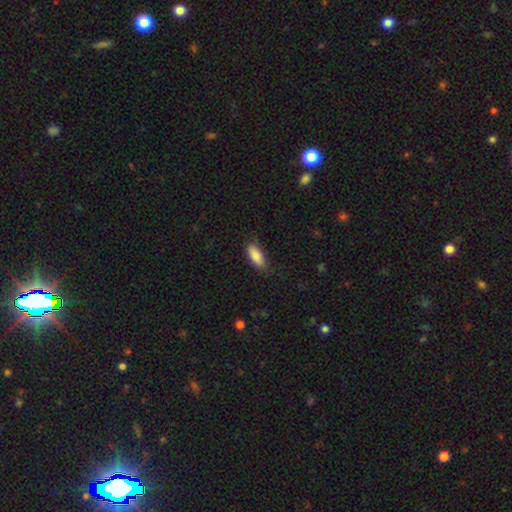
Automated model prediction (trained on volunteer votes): smooth 86%, featured or disk 7%, star or artifact 6%. Down the decision tree: how rounded — in between (79%); merging — none (75%).